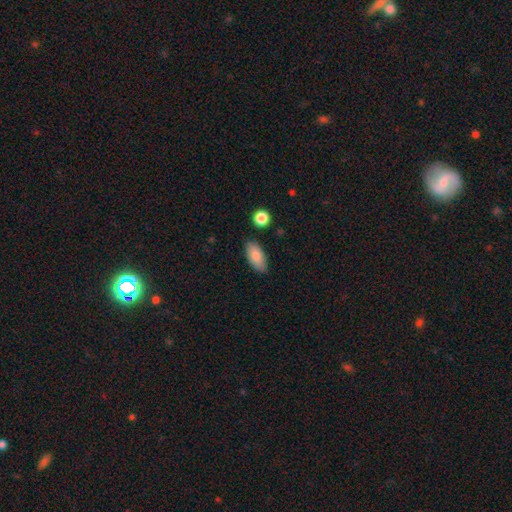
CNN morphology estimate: Smooth or featured: smooth — 85% (featured or disk — 8%)
How rounded: in between — 90% (cigar-shaped — 8%)
Merging: none — 83% (minor disturbance — 12%)